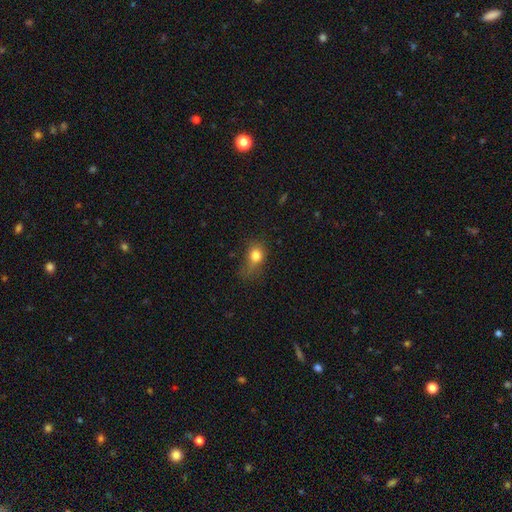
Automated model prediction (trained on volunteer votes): Overall: smooth (78%). How rounded: in between (52%; round 45%). Merging: none (34%; minor disturbance 32%).